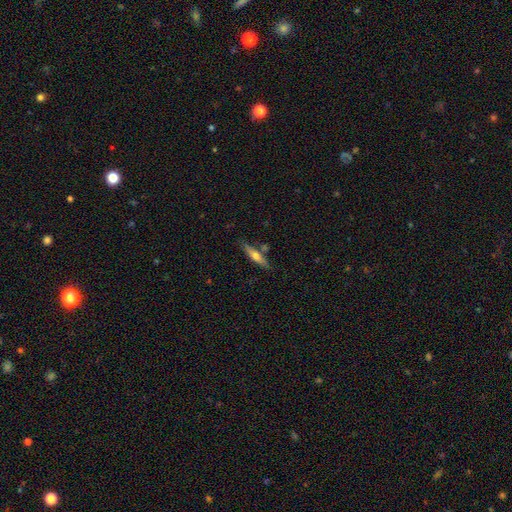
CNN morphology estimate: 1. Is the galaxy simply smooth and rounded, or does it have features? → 50% smooth, 44% featured or disk, 6% star or artifact.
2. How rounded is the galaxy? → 82% cigar-shaped, 16% in between, 2% round.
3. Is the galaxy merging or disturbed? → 77% none, 13% minor disturbance, 8% merger, 3% major disturbance.